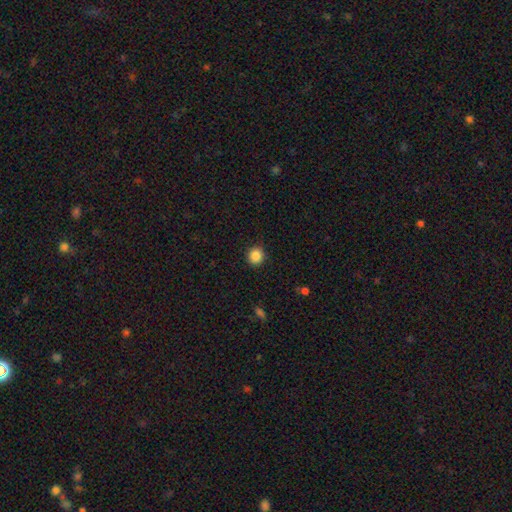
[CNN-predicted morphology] Q: Smooth or featured?
A: smooth (86%); runner-up: star or artifact (10%)
Q: How rounded?
A: round (91%); runner-up: in between (8%)
Q: Merging?
A: none (92%); runner-up: minor disturbance (6%)